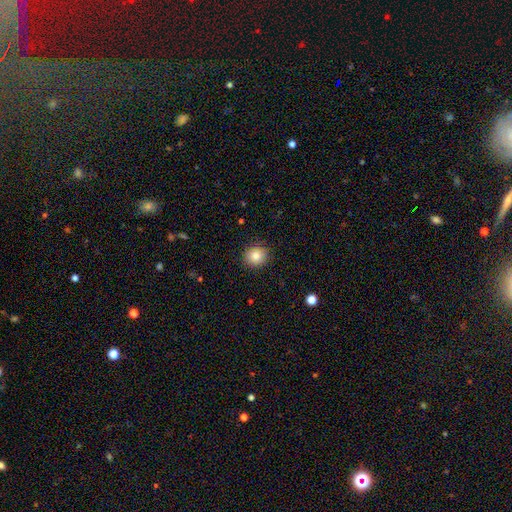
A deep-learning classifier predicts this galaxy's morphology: A smooth galaxy with no disk features (85%) that is round (82%).

Vote fractions:
- Smooth or featured? smooth: 85% / star or artifact: 9% / featured or disk: 6%
- How rounded? round: 82% / in between: 17% / cigar-shaped: 1%
- Merging? none: 90% / minor disturbance: 7% / major disturbance: 2% / merger: 1%